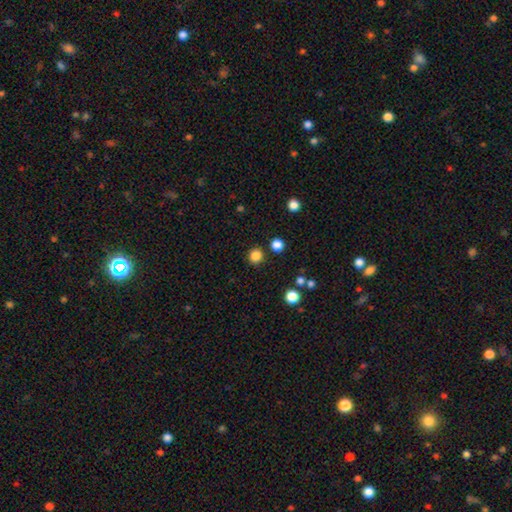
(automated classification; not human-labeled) This appears to be a smooth galaxy with no disk features (84%) that is round (92%). Merging: none (89%).